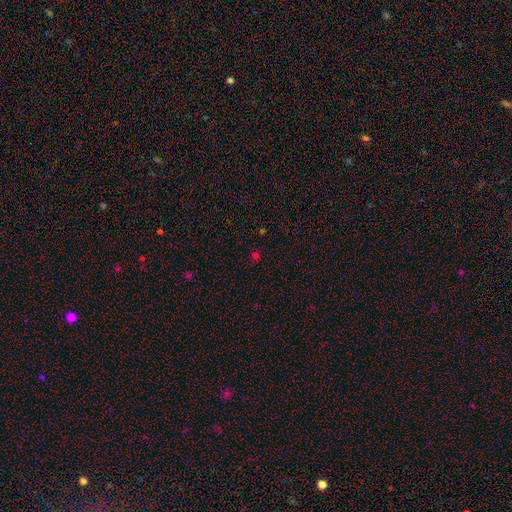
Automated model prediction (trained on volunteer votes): Overall: smooth (52%; star or artifact 42%). How rounded: round (82%). Merging: none (81%).